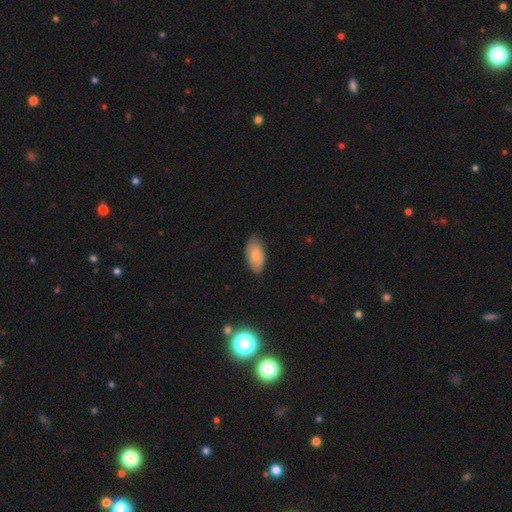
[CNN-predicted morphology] The model was most divided on "merging": none: 77%, minor disturbance: 19%, major disturbance: 3%, merger: 1%. More confident: how rounded — in between (94%); smooth or featured — smooth (79%).